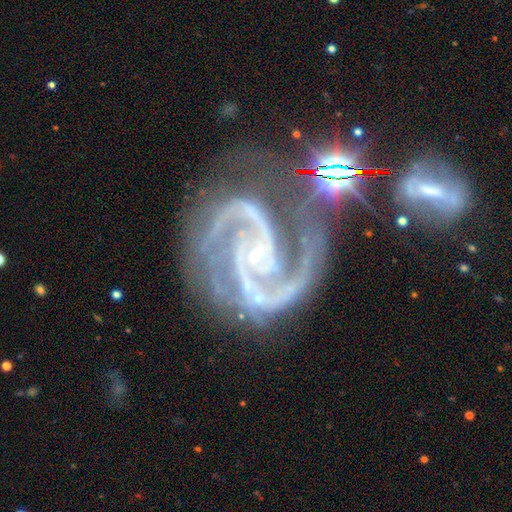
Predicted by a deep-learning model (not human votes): This appears to be a featured or disk galaxy (93%) with no bar (41%), 2 (82%) medium (55%) spiral arms (99%) and a small central bulge (87%). Merging: none (46%).